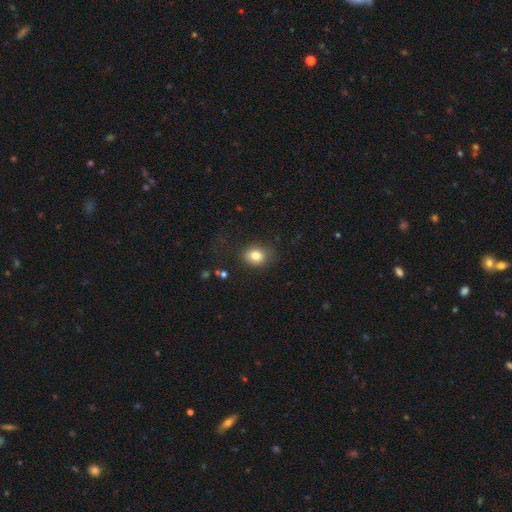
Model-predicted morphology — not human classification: smooth-or-featured: smooth: 81% | star or artifact: 11% | featured or disk: 8%
  how-rounded: round: 60% | in between: 39% | cigar-shaped: 1%
  merging: none: 78% | minor disturbance: 15% | major disturbance: 5% | merger: 1%